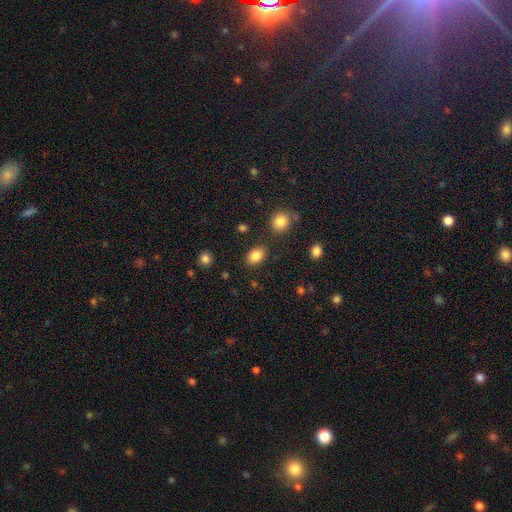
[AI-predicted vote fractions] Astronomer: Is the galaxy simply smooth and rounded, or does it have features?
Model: smooth — 84%.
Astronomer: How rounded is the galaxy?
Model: in between — 76%.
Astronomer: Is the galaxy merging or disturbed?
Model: none — 82%.